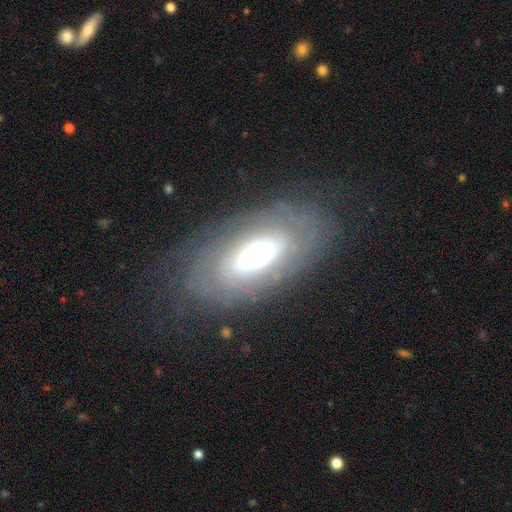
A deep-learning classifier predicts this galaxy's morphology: Overall: featured or disk (72%). Edge-on disk: no (89%). Bar: no (52%; weak 32%). Spiral arms: yes (78%). Bulge size: moderate (54%; large 28%). Merging: none (69%).